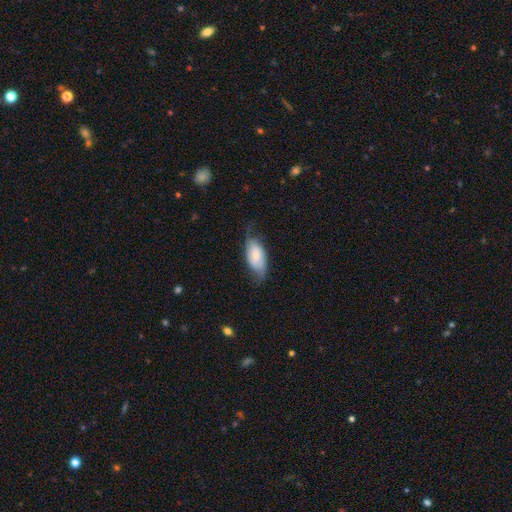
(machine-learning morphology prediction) This appears to be a smooth galaxy with no disk features (58%) that is in between round and cigar-shaped (91%). Merging: none (57%).